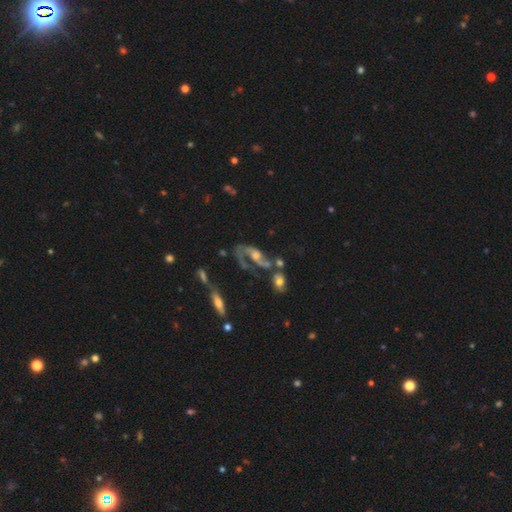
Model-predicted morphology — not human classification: Smooth or featured: featured or disk — 77% (smooth — 13%)
Edge-on disk: no — 92% (yes — 8%)
Bar: no — 59% (weak — 30%)
Spiral arms: yes — 84% (no — 16%)
Spiral winding: loose — 53% (medium — 34%)
Spiral arm count: 2 — 56% (1 — 31%)
Bulge size: moderate — 49% (small — 27%)
Merging: none — 30% (major disturbance — 29%)